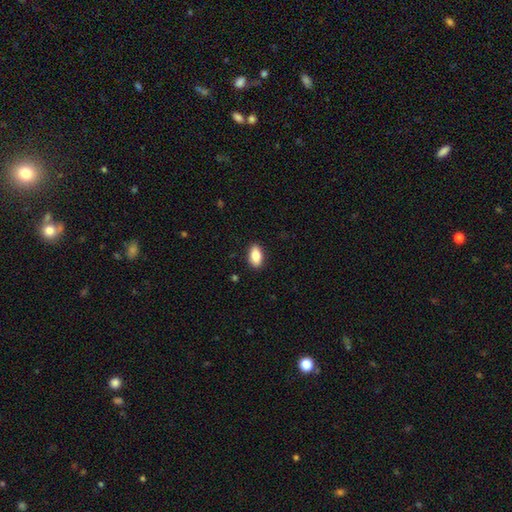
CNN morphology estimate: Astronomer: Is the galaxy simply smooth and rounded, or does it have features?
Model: smooth — 83%.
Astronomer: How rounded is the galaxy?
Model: in between — 90%.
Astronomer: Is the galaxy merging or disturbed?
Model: none — 89%.